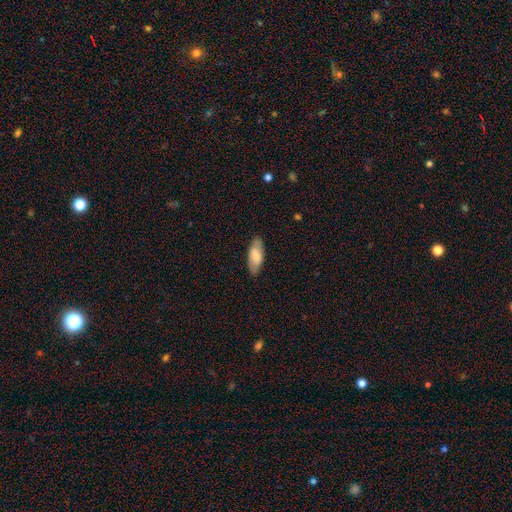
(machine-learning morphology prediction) Smooth or featured?
  - smooth: 71% *
  - featured or disk: 23%
  - star or artifact: 6%
How rounded?
  - in between: 77% *
  - cigar-shaped: 21%
  - round: 2%
Merging?
  - none: 83% *
  - minor disturbance: 13%
  - major disturbance: 3%
  - merger: 1%